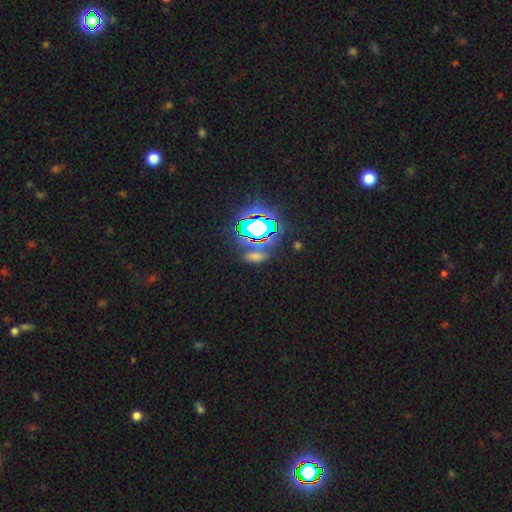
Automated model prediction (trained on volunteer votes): A star or artifact, not a galaxy (44%).